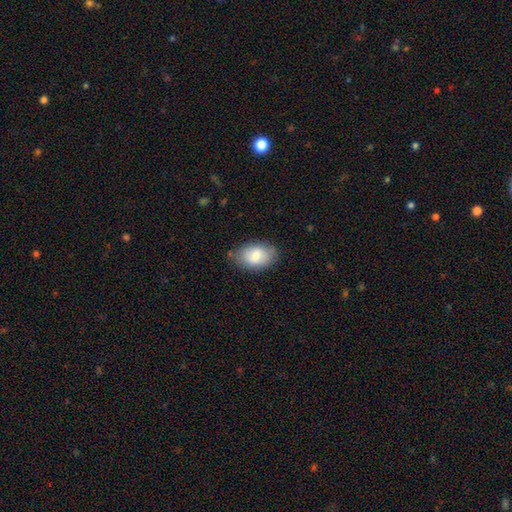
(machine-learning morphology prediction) A smooth galaxy with no disk features (80%) that is in between round and cigar-shaped (90%).

Vote fractions:
- Smooth or featured? smooth: 80% / featured or disk: 14% / star or artifact: 7%
- How rounded? in between: 90% / round: 9% / cigar-shaped: 1%
- Merging? none: 74% / minor disturbance: 20% / major disturbance: 4% / merger: 2%